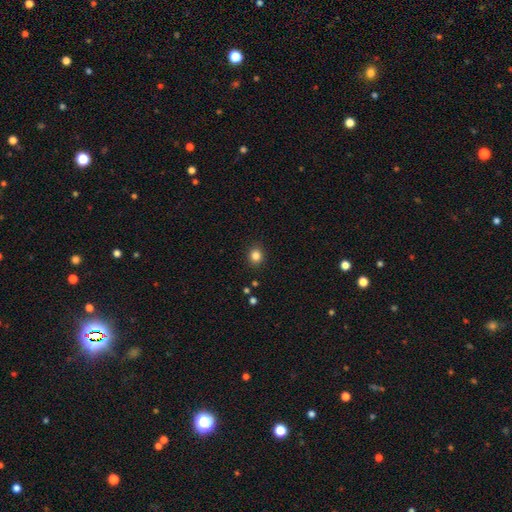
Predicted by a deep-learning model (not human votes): The model was most divided on "how rounded": round: 78%, in between: 21%, cigar-shaped: 1%. More confident: merging — none (90%); smooth or featured — smooth (84%).